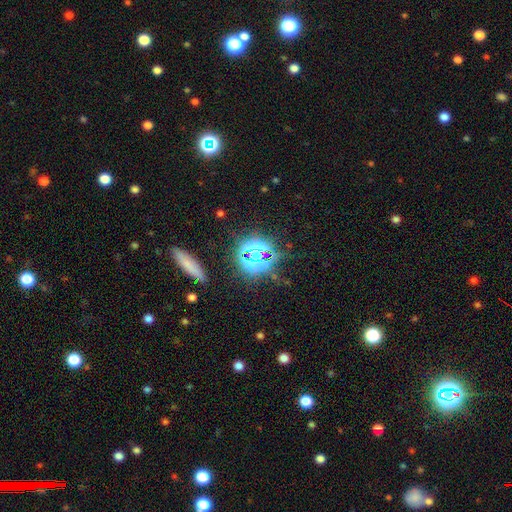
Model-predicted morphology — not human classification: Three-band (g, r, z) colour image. It shows a star or artifact, not a galaxy (72%).